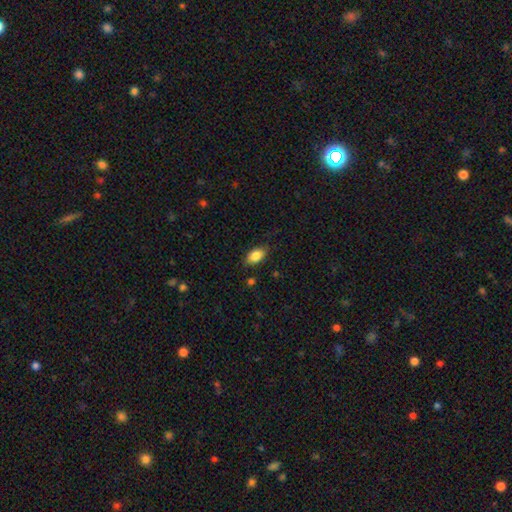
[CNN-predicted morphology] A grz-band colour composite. It shows a smooth galaxy with no disk features (85%) that is in between round and cigar-shaped (90%). Merging: none (82%).